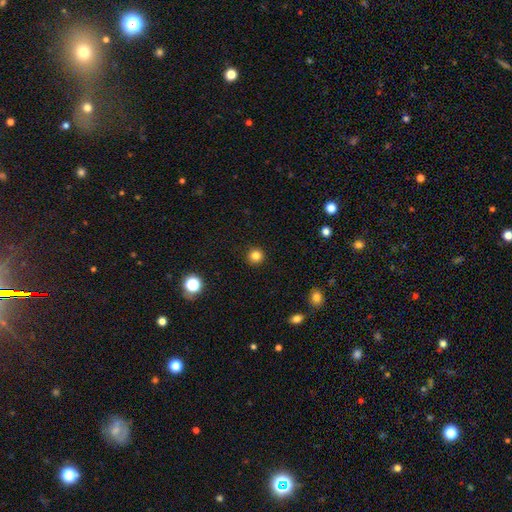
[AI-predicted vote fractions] smooth_or_featured: smooth (p=0.82) [alt: star or artifact p=0.13]
how_rounded: round (p=0.95) [alt: in between p=0.04]
merging: none (p=0.93) [alt: minor disturbance p=0.04]